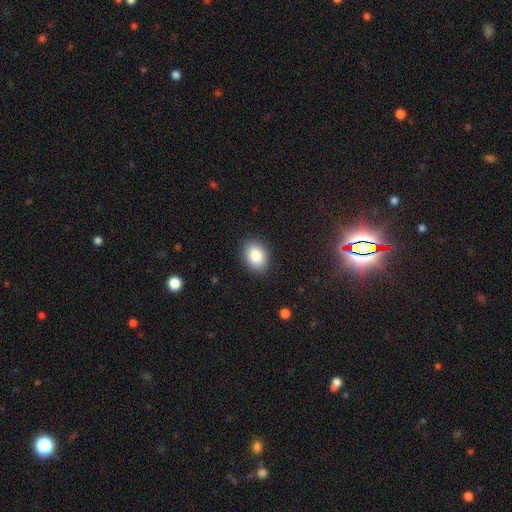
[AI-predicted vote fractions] Smooth or featured: smooth — 86% (star or artifact — 8%)
How rounded: in between — 72% (round — 27%)
Merging: none — 88% (minor disturbance — 9%)